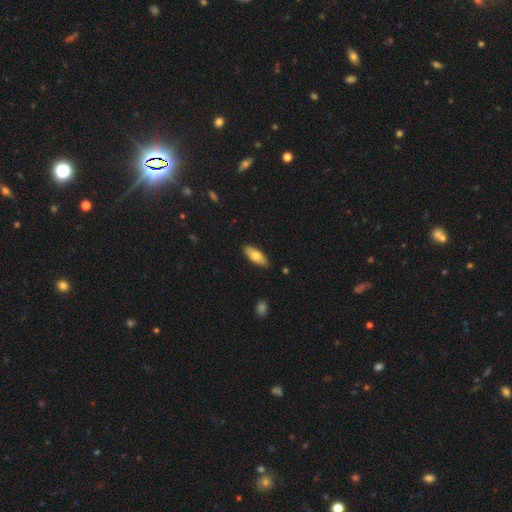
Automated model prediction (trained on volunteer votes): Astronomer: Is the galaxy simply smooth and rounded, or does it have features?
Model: smooth — 70%.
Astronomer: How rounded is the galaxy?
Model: in between — 72%.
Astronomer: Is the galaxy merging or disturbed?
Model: none — 87%.